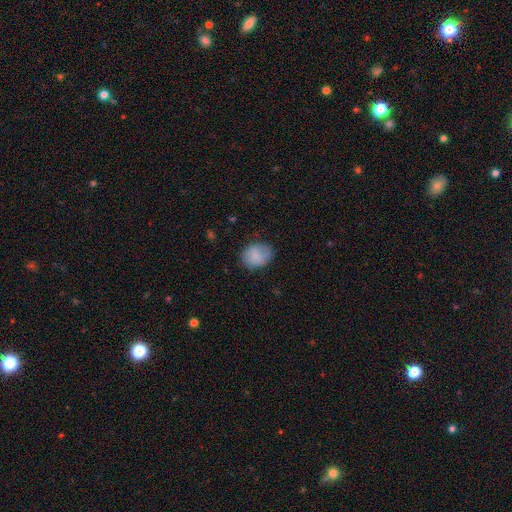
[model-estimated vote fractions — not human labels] smooth 81%, featured or disk 12%, star or artifact 8%. Down the decision tree: how rounded — round (50%); merging — none (70%).